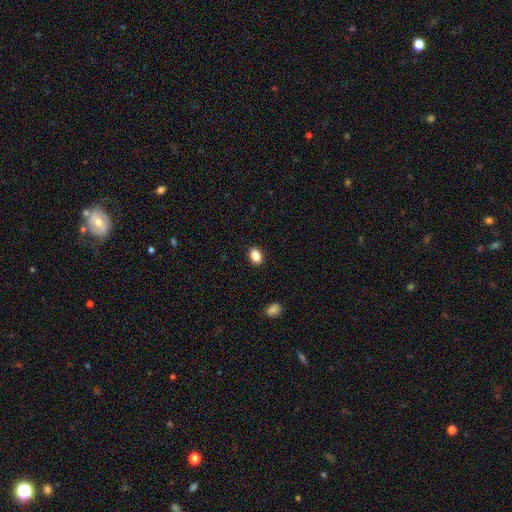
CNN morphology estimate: A smooth galaxy with no disk features (87%) that is in between round and cigar-shaped (81%).

Vote fractions:
- Smooth or featured? smooth: 87% / star or artifact: 9% / featured or disk: 4%
- How rounded? in between: 81% / round: 17% / cigar-shaped: 1%
- Merging? none: 90% / minor disturbance: 8% / major disturbance: 2% / merger: 1%